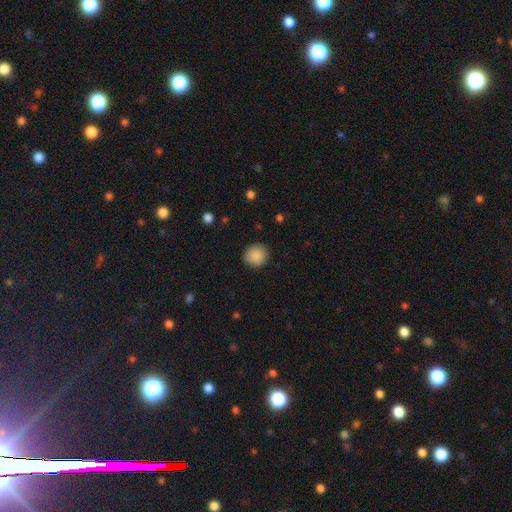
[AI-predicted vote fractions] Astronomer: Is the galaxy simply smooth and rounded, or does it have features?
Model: smooth — 88%.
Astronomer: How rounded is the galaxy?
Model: round — 90%.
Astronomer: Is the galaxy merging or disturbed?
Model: none — 89%.